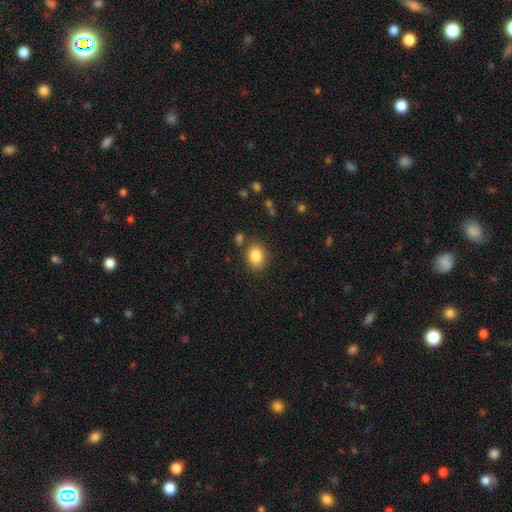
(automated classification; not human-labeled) This is clearly a smooth galaxy (86%). How rounded: likely in between (61%). Merging: likely none (80%).